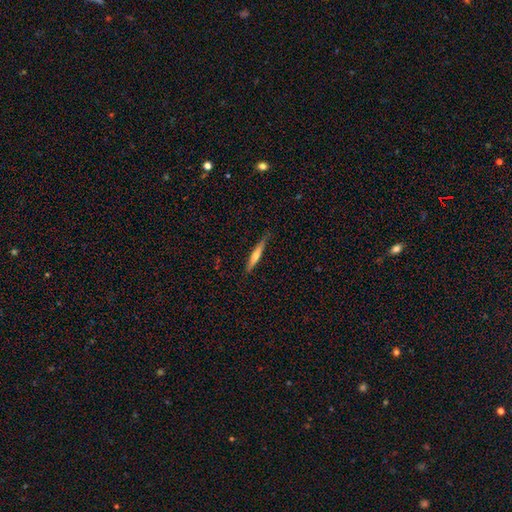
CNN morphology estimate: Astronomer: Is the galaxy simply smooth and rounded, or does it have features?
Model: featured or disk — 51% (runner-up: smooth, 43%).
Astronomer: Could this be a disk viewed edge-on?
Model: yes — 95%.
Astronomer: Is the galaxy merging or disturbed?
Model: none — 84%.